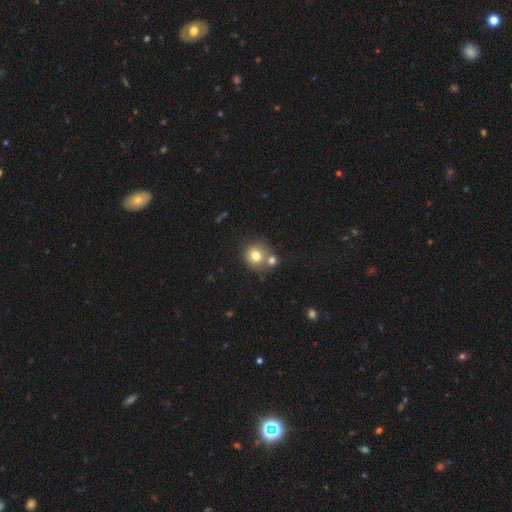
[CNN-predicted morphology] This appears to be a smooth galaxy with no disk features (77%) that is round (87%). Merging: none (57%).